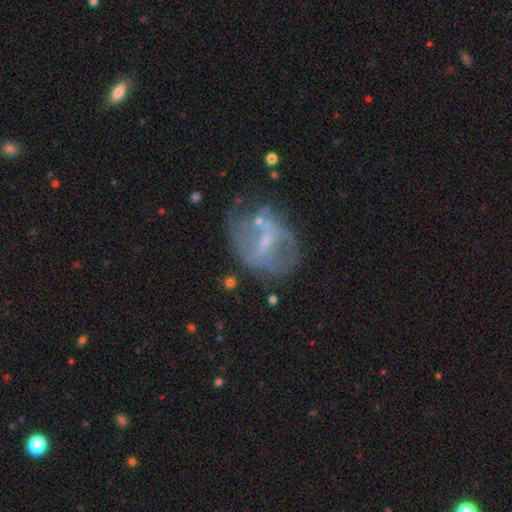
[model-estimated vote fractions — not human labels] This appears to be a featured or disk galaxy (61%) with a weak bar (45%), spiral arms (63%) and a small central bulge (59%). Merging: none (65%).